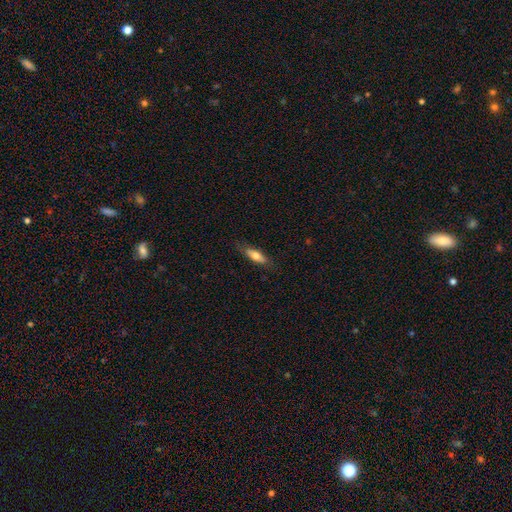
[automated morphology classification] smooth-or-featured: smooth: 64% | featured or disk: 30% | star or artifact: 6%
  how-rounded: in between: 51% | cigar-shaped: 47% | round: 2%
  merging: none: 78% | minor disturbance: 17% | major disturbance: 4% | merger: 1%